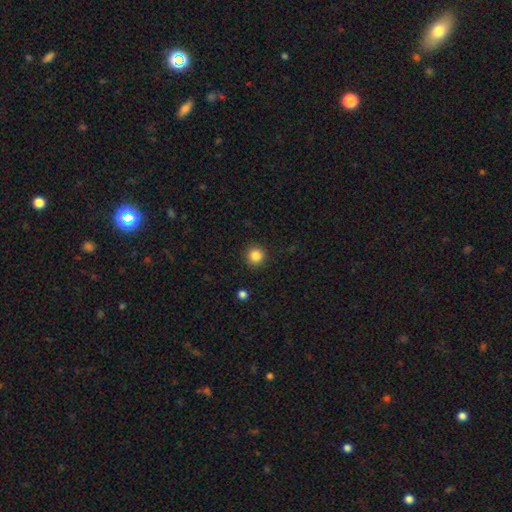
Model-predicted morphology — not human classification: This appears to be a smooth galaxy with no disk features (85%) that is round (94%). Merging: none (92%).